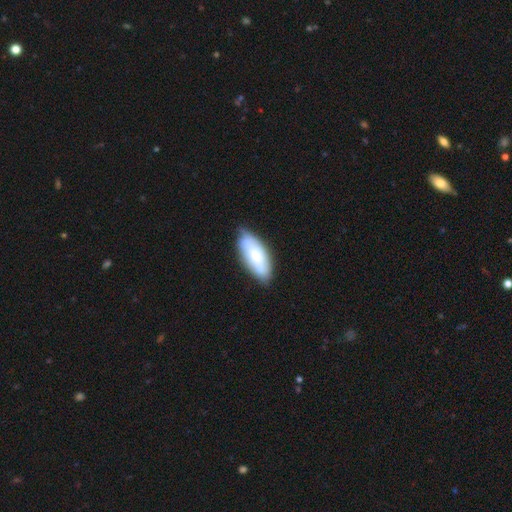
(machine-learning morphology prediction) type=smooth (65%); roundness=in between (83%); merging=none (68%).